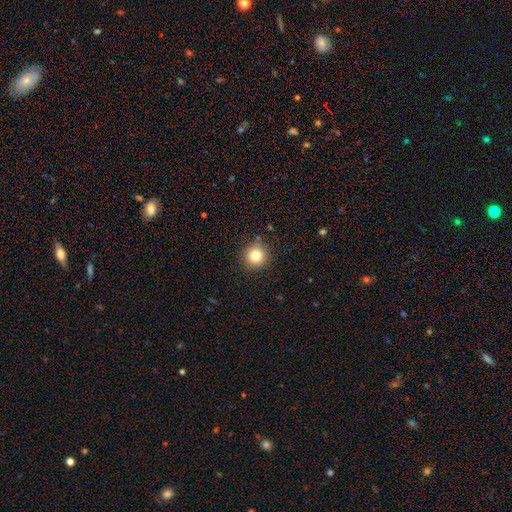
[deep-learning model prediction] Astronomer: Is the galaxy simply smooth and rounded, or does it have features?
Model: smooth — 82%.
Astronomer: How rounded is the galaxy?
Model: round — 94%.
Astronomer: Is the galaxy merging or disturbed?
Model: none — 89%.